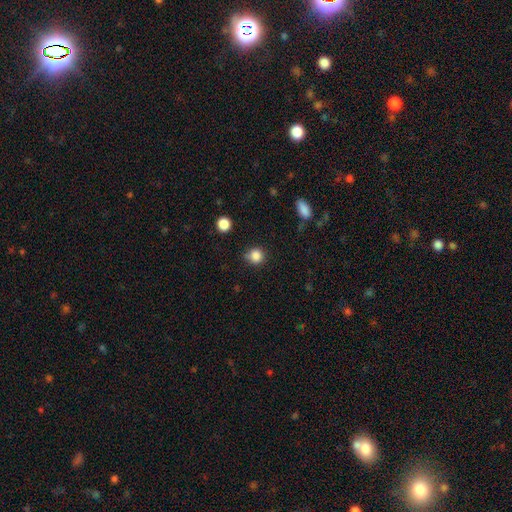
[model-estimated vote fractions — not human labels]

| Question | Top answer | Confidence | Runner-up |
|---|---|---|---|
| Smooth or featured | smooth | 85% | star or artifact (11%) |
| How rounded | round | 89% | in between (10%) |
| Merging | none | 79% | minor disturbance (15%) |